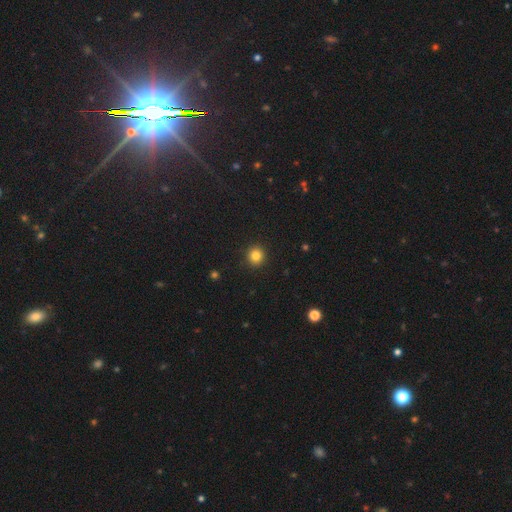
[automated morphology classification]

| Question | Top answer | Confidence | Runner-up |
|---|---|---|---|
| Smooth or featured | smooth | 84% | star or artifact (12%) |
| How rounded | round | 92% | in between (7%) |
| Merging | none | 92% | minor disturbance (5%) |